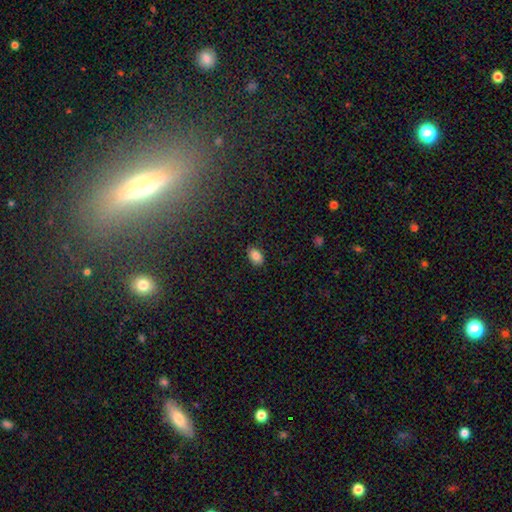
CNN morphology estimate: smooth 84%, star or artifact 9%, featured or disk 7%. Down the decision tree: how rounded — in between (87%); merging — none (87%).